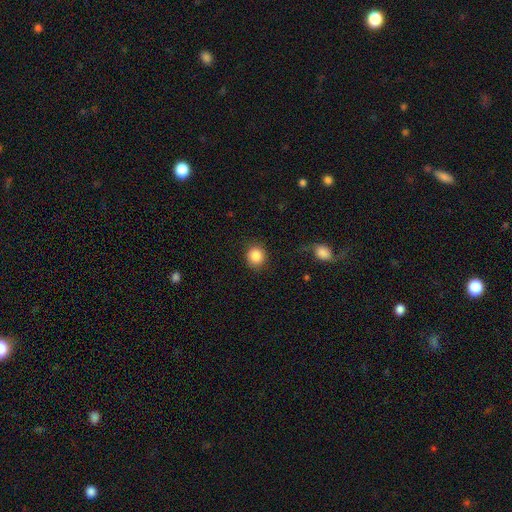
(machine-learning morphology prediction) Smooth or featured?
  - smooth: 87% *
  - star or artifact: 9%
  - featured or disk: 4%
How rounded?
  - round: 86% *
  - in between: 13%
  - cigar-shaped: 1%
Merging?
  - none: 84% *
  - minor disturbance: 10%
  - major disturbance: 4%
  - merger: 2%